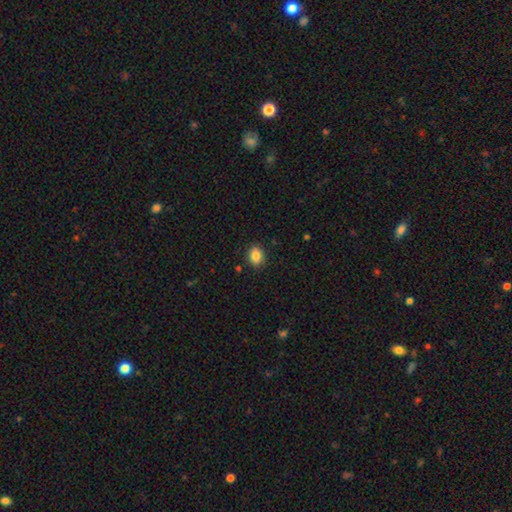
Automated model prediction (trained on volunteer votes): This appears to be a smooth galaxy with no disk features (85%) that is in between round and cigar-shaped (51%). Merging: none (89%).